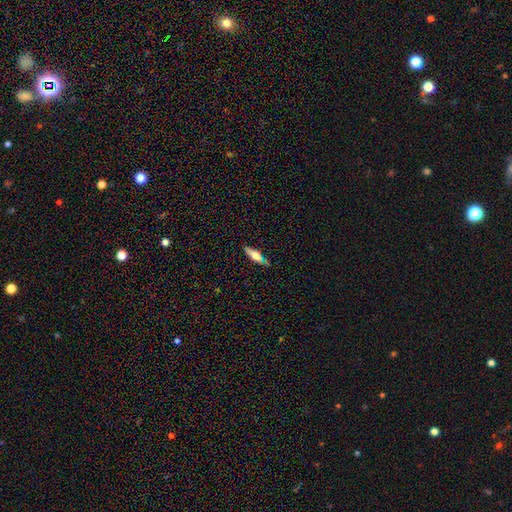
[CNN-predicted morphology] This appears to be a smooth galaxy with no disk features (58%) that is cigar-shaped (56%). Merging: none (76%).